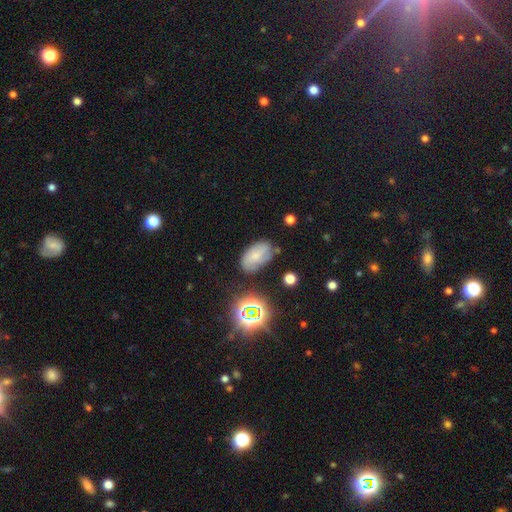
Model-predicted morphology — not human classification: Overall: smooth (52%; featured or disk 32%). How rounded: in between (91%). Merging: none (65%).